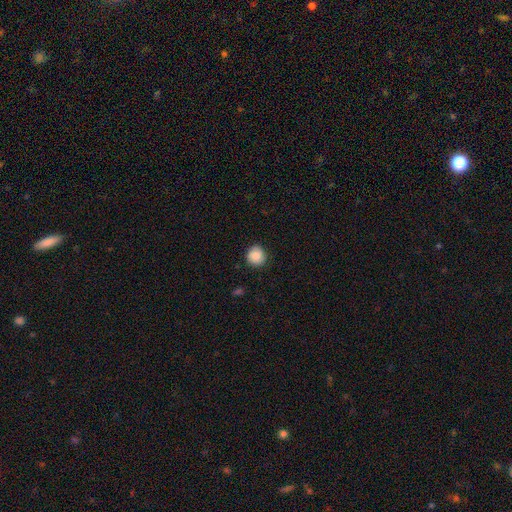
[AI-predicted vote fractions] Overall: smooth (86%). How rounded: round (90%). Merging: none (88%).